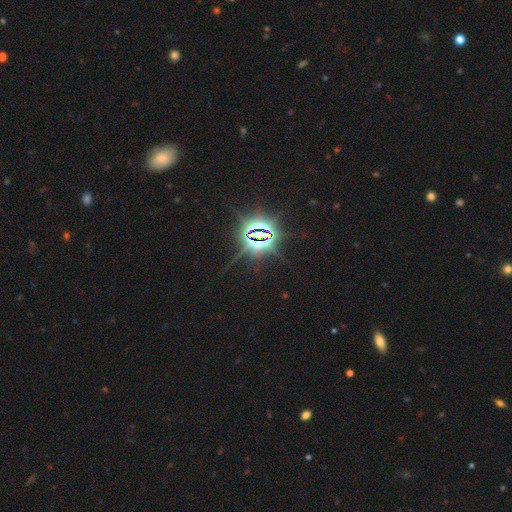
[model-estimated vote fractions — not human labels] A star or artifact, not a galaxy (85%).

Vote fractions:
- Smooth or featured? star or artifact: 85% / smooth: 8% / featured or disk: 7%